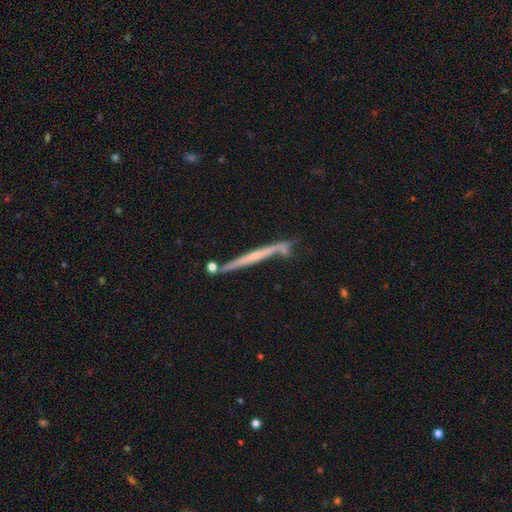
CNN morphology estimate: featured or disk 65%, smooth 29%, star or artifact 7%. Down the decision tree: edge-on disk — yes (96%); edge-on bulge — none (66%); merging — none (74%).